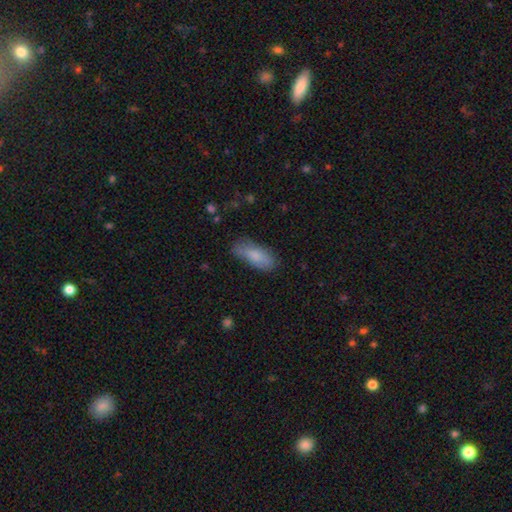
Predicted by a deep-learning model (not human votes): smooth 80%, featured or disk 14%, star or artifact 6%. Down the decision tree: how rounded — in between (77%); merging — none (70%).